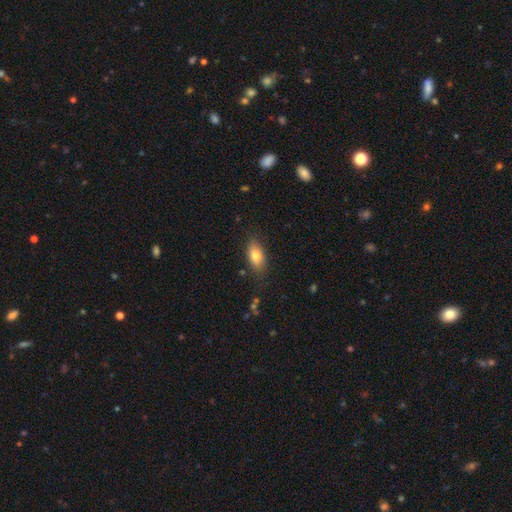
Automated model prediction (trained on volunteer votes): This is likely a smooth galaxy (79%). How rounded: clearly in between (87%). Merging: clearly none (83%).